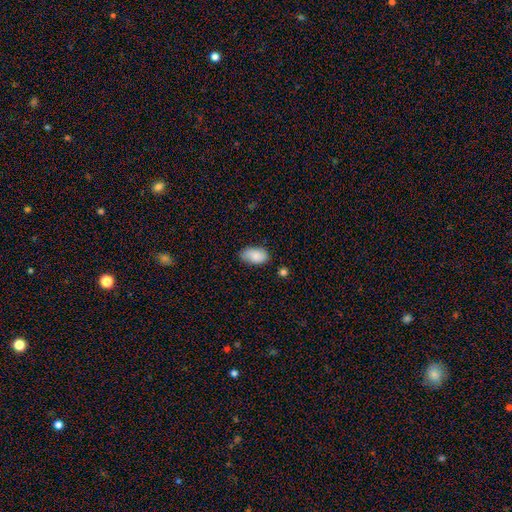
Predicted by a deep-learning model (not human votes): Morphology: type=smooth (87%); roundness=in between (93%); merging=none (70%).